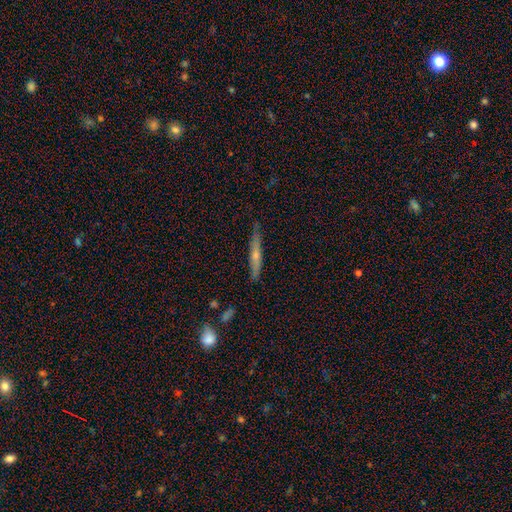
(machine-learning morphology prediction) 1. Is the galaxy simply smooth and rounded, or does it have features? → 54% featured or disk, 39% smooth, 7% star or artifact.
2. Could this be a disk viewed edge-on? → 93% yes, 7% no.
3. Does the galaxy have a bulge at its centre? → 70% rounded, 26% none, 4% boxy.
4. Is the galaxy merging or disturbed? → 82% none, 14% minor disturbance, 2% major disturbance, 2% merger.